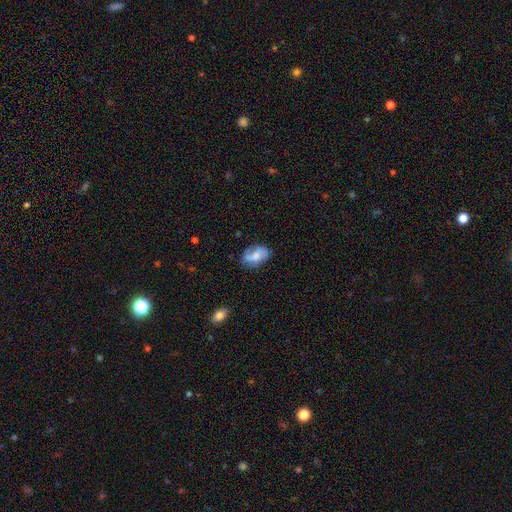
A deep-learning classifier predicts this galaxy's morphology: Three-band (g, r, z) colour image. It shows a smooth galaxy with no disk features (50%). Merging: none (56%).